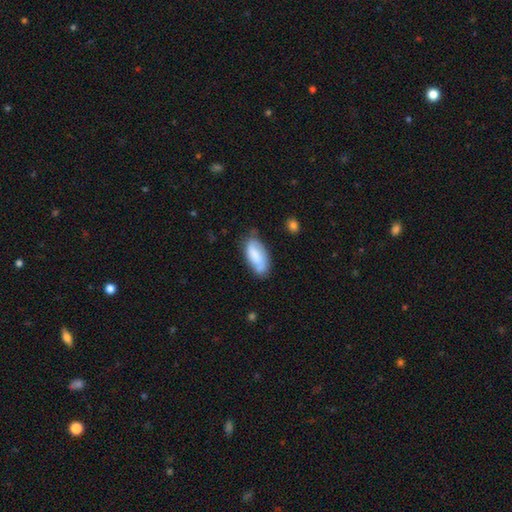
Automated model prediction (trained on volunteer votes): Q: Smooth or featured?
A: smooth (69%); runner-up: featured or disk (25%)
Q: How rounded?
A: in between (89%); runner-up: cigar-shaped (9%)
Q: Merging?
A: none (57%); runner-up: minor disturbance (29%)